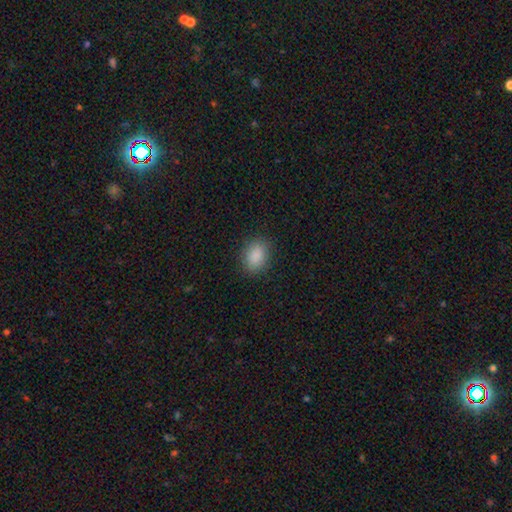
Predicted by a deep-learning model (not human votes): The model was most divided on "how rounded": in between: 72%, round: 26%, cigar-shaped: 1%. More confident: smooth or featured — smooth (88%); merging — none (87%).